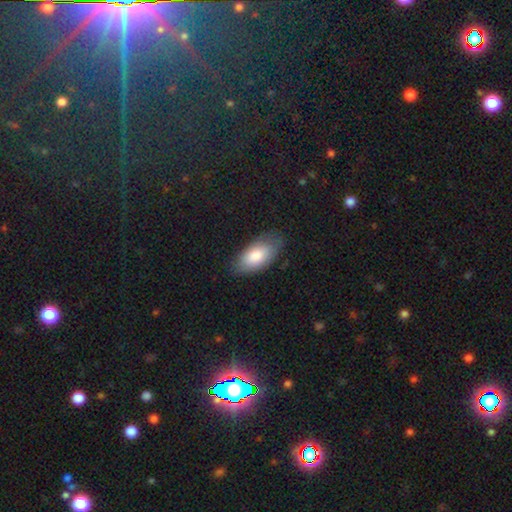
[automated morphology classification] Overall: smooth (78%). How rounded: in between (93%). Merging: none (76%).